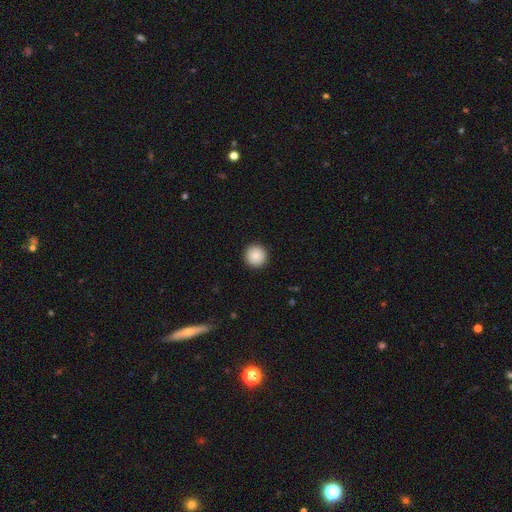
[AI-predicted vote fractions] Overall: smooth (89%). How rounded: round (96%). Merging: none (93%).